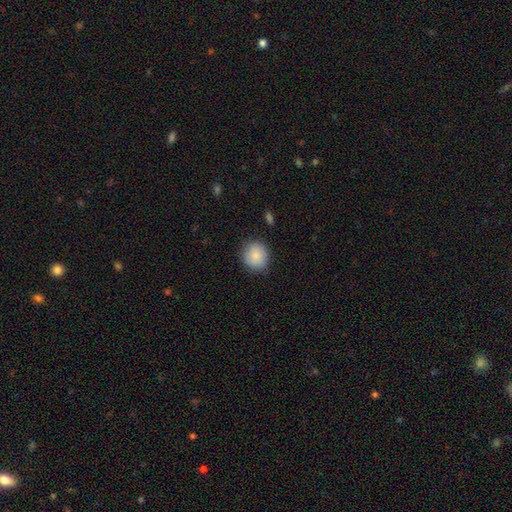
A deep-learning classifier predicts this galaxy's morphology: smooth_or_featured: smooth (p=0.87) [alt: star or artifact p=0.07]
how_rounded: round (p=0.85) [alt: in between p=0.14]
merging: none (p=0.85) [alt: minor disturbance p=0.11]